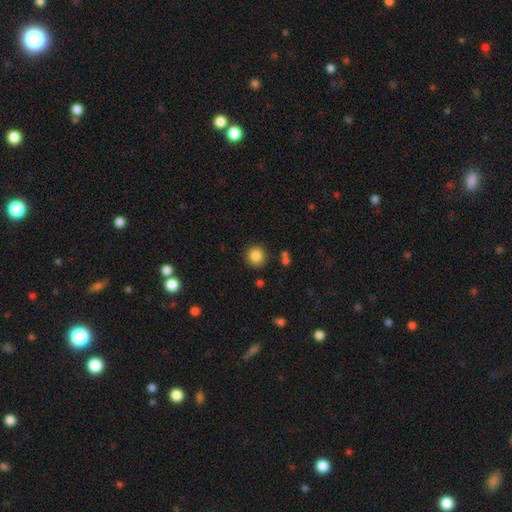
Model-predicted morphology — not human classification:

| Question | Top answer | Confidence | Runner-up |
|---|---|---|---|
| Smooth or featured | smooth | 85% | star or artifact (10%) |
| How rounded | round | 93% | in between (6%) |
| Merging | none | 88% | minor disturbance (7%) |